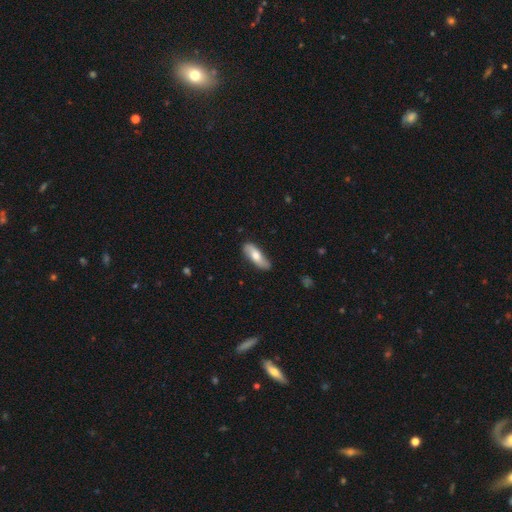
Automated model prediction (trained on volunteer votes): Smooth or featured? Predicted: smooth (p=0.56). How rounded? Predicted: in between (p=0.57). Merging? Predicted: none (p=0.82).